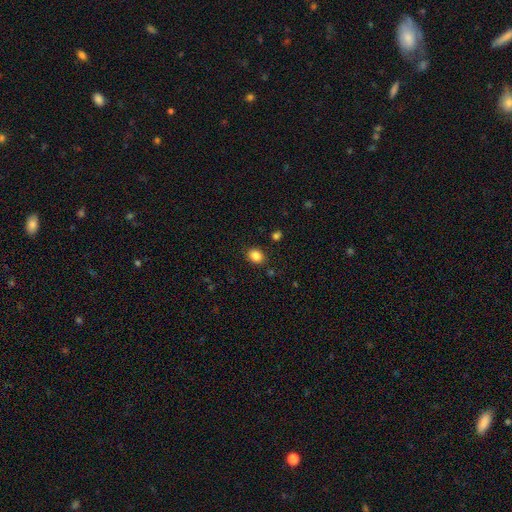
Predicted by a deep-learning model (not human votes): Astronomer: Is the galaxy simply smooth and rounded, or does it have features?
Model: smooth — 86%.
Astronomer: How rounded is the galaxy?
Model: in between — 52% (runner-up: round, 47%).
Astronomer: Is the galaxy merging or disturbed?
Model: none — 86%.